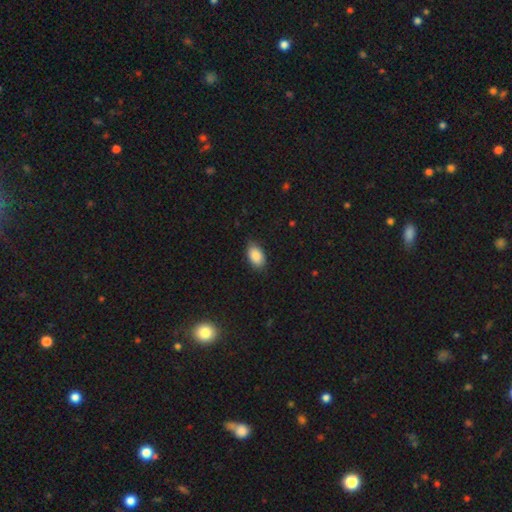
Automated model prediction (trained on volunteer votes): Overall: smooth (88%). How rounded: in between (92%). Merging: none (80%).